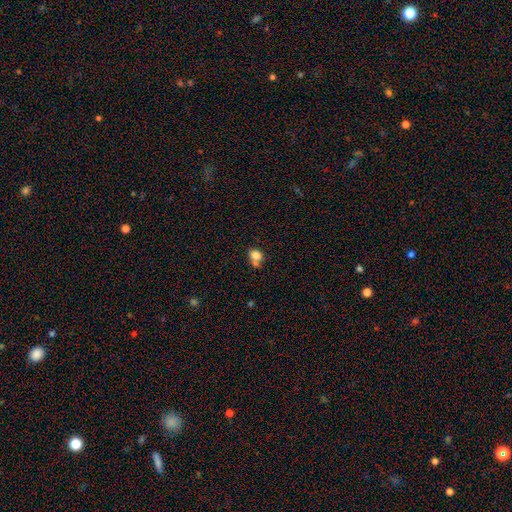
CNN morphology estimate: type=smooth (79%); roundness=in between (55%); merging=none (41%).